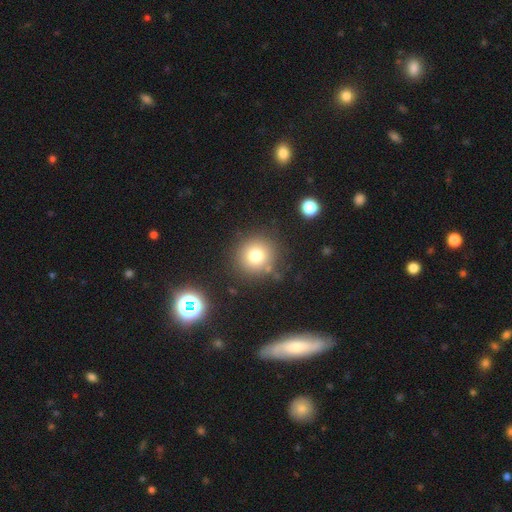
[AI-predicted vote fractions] smooth_or_featured: smooth (p=0.76) [alt: star or artifact p=0.14]
how_rounded: round (p=0.93) [alt: in between p=0.06]
merging: none (p=0.83) [alt: minor disturbance p=0.09]